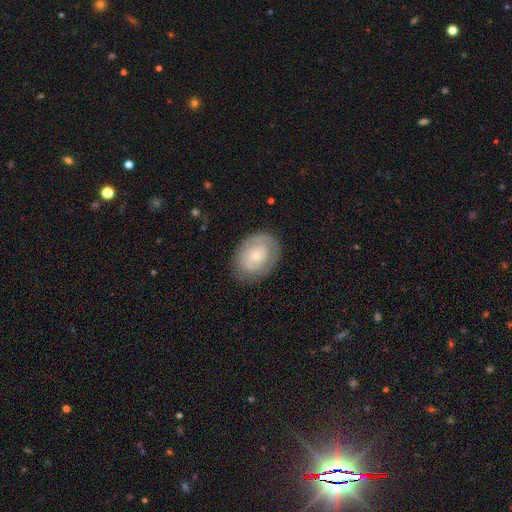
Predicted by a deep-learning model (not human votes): A featured or disk galaxy (49%).

Vote fractions:
- Smooth or featured? featured or disk: 49% / smooth: 44% / star or artifact: 7%
- Merging? none: 78% / minor disturbance: 15% / major disturbance: 6% / merger: 1%